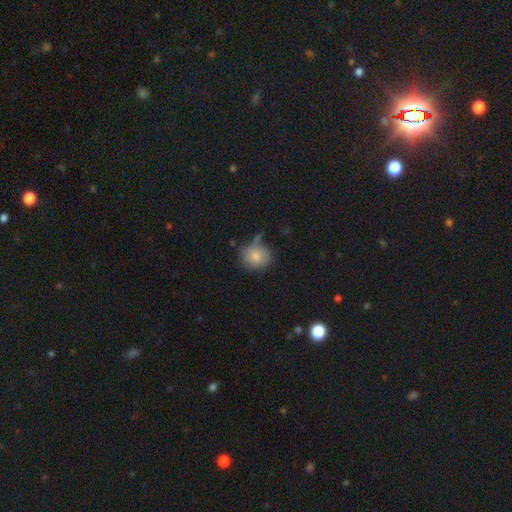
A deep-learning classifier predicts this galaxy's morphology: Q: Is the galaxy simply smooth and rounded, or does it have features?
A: smooth — 79%.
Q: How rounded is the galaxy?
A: round — 81%.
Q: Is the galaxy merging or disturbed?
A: none — 58%.